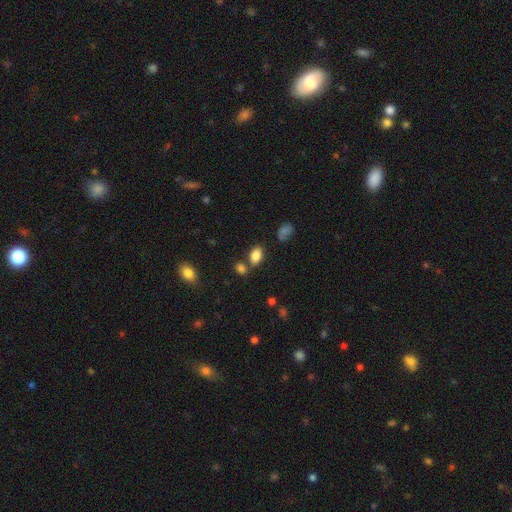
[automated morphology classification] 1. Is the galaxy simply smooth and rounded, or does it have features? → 85% smooth, 10% star or artifact, 6% featured or disk.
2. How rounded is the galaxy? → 89% in between, 9% round, 2% cigar-shaped.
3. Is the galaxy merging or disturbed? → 68% none, 16% merger, 12% minor disturbance, 4% major disturbance.